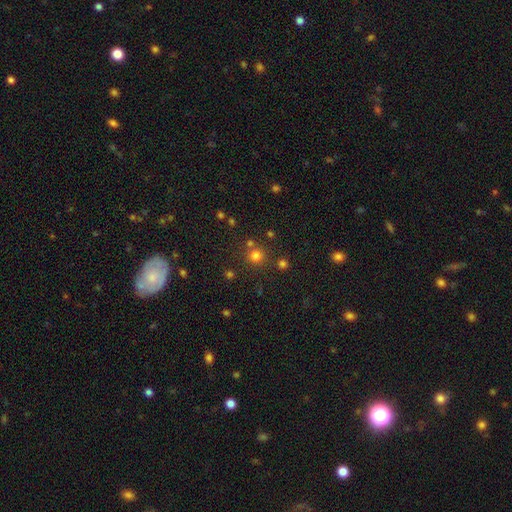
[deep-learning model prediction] Morphology: type=smooth (75%); roundness=round (94%); merging=none (80%).